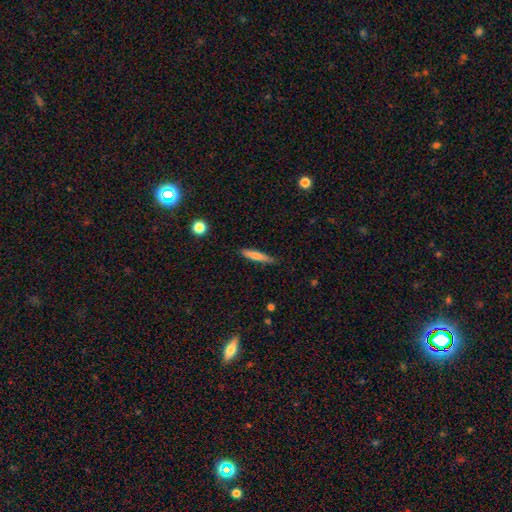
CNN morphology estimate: Smooth or featured: smooth — 73% (featured or disk — 21%)
How rounded: cigar-shaped — 88% (in between — 11%)
Merging: none — 81% (minor disturbance — 15%)